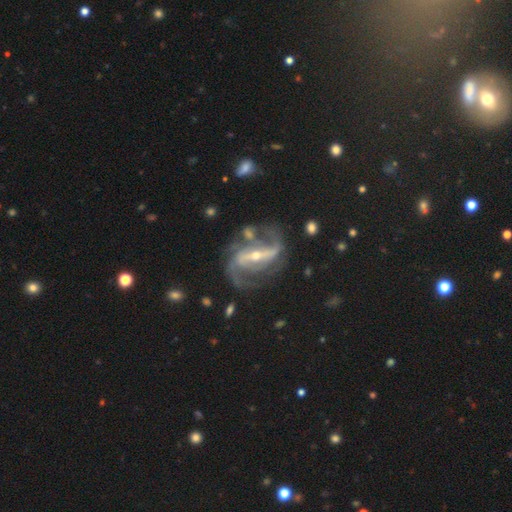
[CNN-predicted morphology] Q: Smooth or featured?
A: featured or disk (91%); runner-up: star or artifact (5%)
Q: Edge-on disk?
A: no (96%); runner-up: yes (4%)
Q: Bar?
A: strong (70%); runner-up: weak (20%)
Q: Spiral arms?
A: yes (97%); runner-up: no (3%)
Q: Spiral winding?
A: medium (49%); runner-up: loose (33%)
Q: Spiral arm count?
A: 2 (85%); runner-up: 3 (5%)
Q: Bulge size?
A: small (60%); runner-up: moderate (37%)
Q: Merging?
A: none (68%); runner-up: minor disturbance (16%)